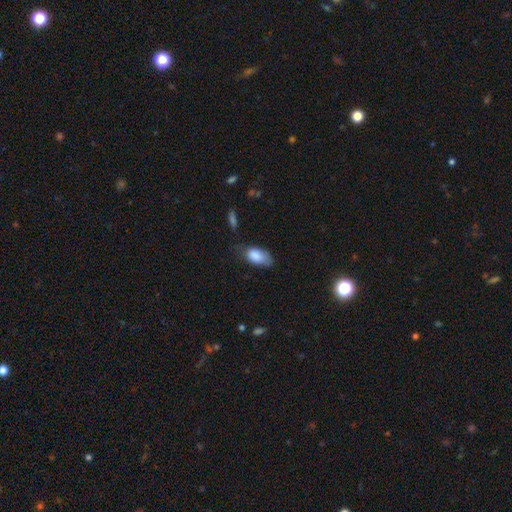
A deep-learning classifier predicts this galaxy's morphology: Smooth or featured? Predicted: smooth (p=0.85). How rounded? Predicted: in between (p=0.92). Merging? Predicted: none (p=0.45).